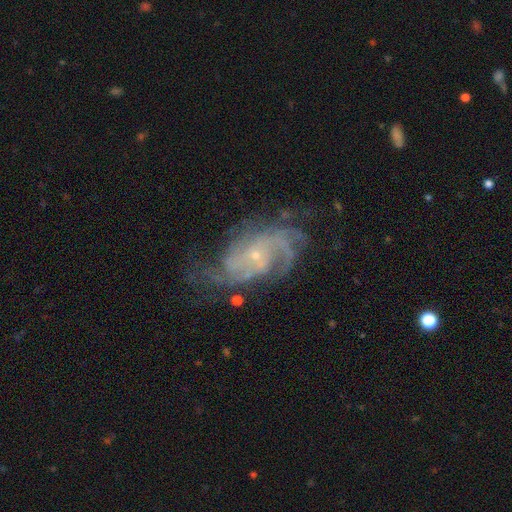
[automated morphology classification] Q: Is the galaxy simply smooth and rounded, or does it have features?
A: featured or disk — 88%.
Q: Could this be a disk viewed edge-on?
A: no — 97%.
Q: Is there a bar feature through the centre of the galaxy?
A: no — 69%.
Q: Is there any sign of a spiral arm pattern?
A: yes — 97%.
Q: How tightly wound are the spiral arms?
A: tight — 47%.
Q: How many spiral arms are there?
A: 4 — 24%.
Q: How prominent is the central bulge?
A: small — 82%.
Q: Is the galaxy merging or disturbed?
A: none — 63%.